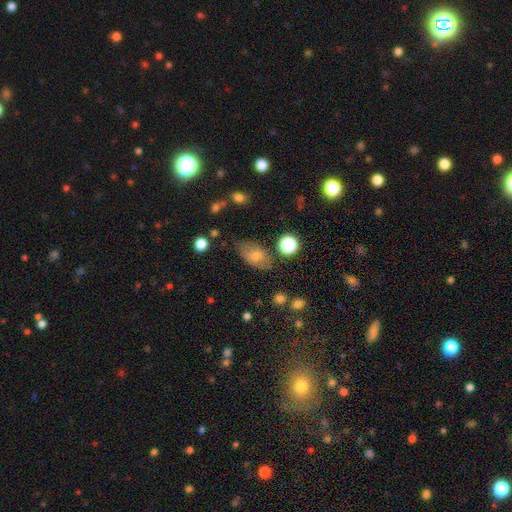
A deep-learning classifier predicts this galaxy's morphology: Smooth or featured?
  - smooth: 65% *
  - featured or disk: 22%
  - star or artifact: 12%
How rounded?
  - in between: 88% *
  - round: 8%
  - cigar-shaped: 3%
Merging?
  - none: 68% *
  - minor disturbance: 22%
  - major disturbance: 7%
  - merger: 3%